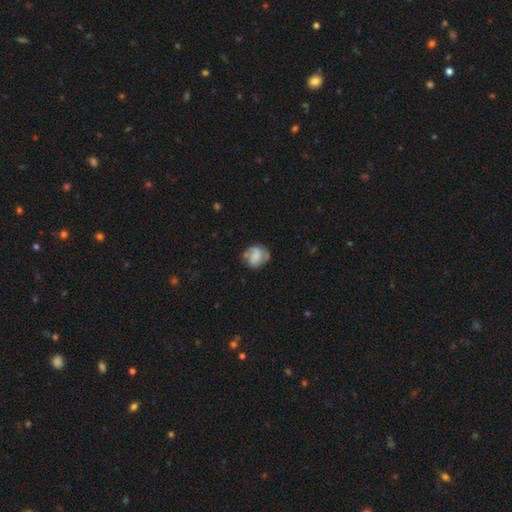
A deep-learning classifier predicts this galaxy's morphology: The model was most divided on "smooth or featured": featured or disk: 47%, smooth: 45%, star or artifact: 8%. More confident: merging — none (62%).